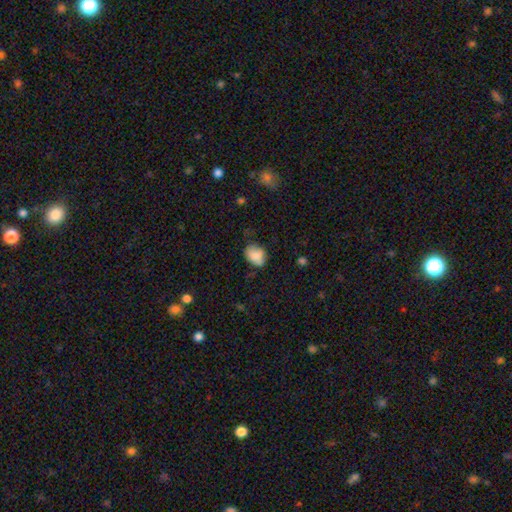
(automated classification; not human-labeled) Smooth or featured: smooth — 83% (featured or disk — 9%)
How rounded: in between — 68% (round — 31%)
Merging: none — 65% (minor disturbance — 27%)